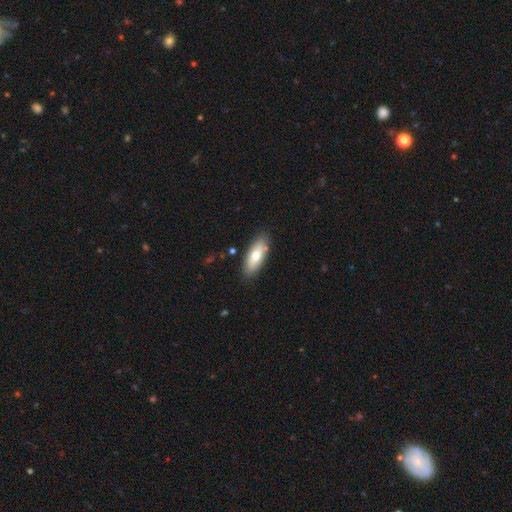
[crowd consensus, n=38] A smooth galaxy with no disk features (63%) that is in between round and cigar-shaped (62%). Merging: none (89%).